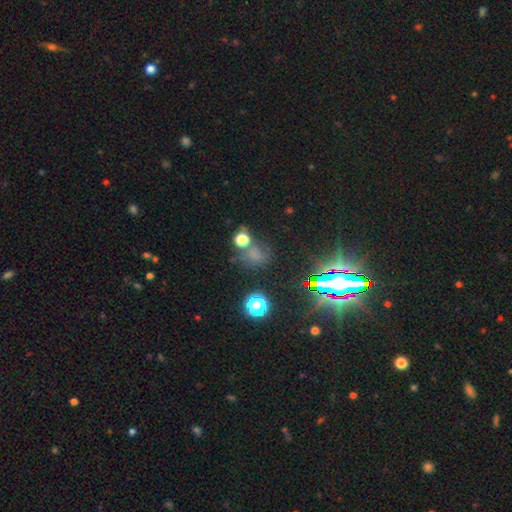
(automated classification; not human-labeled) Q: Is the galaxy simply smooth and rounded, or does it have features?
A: star or artifact — 64%.